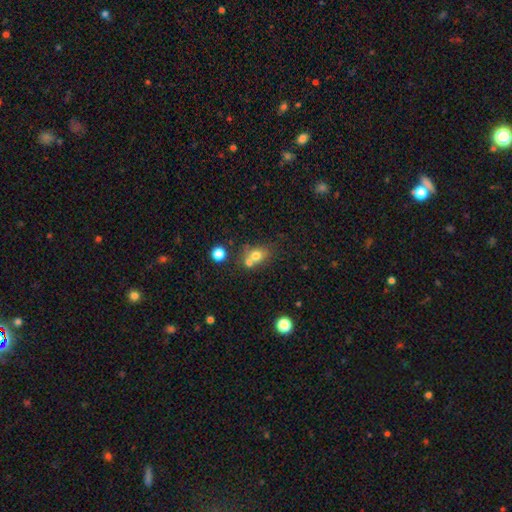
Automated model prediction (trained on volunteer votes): smooth 72%, featured or disk 15%, star or artifact 13%. Down the decision tree: how rounded — round (57%); merging — merger (45%).